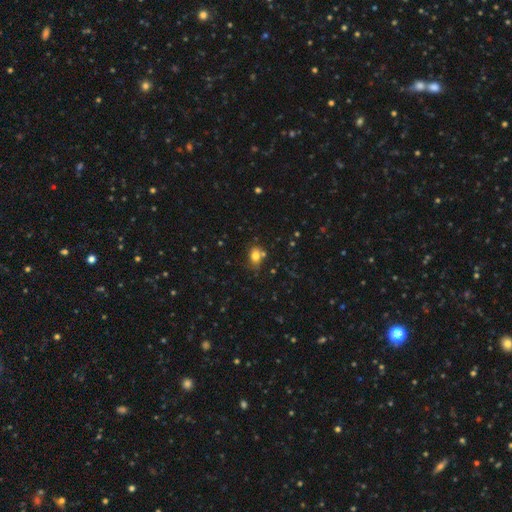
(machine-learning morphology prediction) smooth 78%, star or artifact 13%, featured or disk 9%. Down the decision tree: how rounded — in between (61%); merging — none (62%).